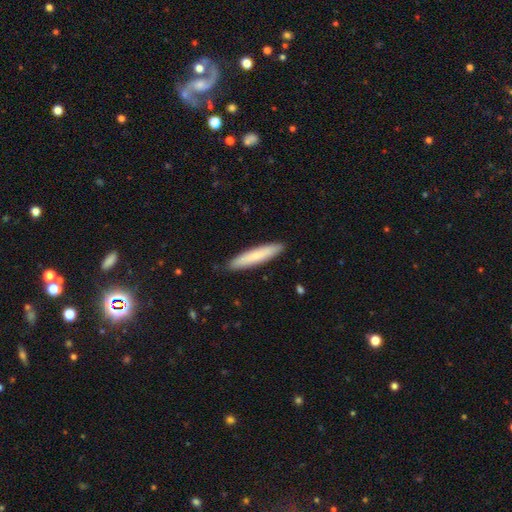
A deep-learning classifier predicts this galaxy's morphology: Smooth or featured?
  - smooth: 78% *
  - featured or disk: 17%
  - star or artifact: 5%
How rounded?
  - cigar-shaped: 89% *
  - in between: 10%
  - round: 1%
Merging?
  - none: 90% *
  - minor disturbance: 7%
  - major disturbance: 1%
  - merger: 1%